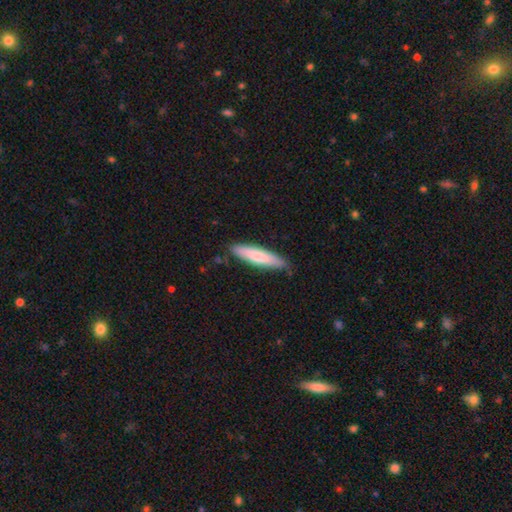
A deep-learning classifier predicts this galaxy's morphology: A smooth galaxy with no disk features (72%) that is cigar-shaped (80%).

Vote fractions:
- Smooth or featured? smooth: 72% / featured or disk: 23% / star or artifact: 5%
- How rounded? cigar-shaped: 80% / in between: 19% / round: 1%
- Merging? none: 84% / minor disturbance: 13% / major disturbance: 2% / merger: 1%